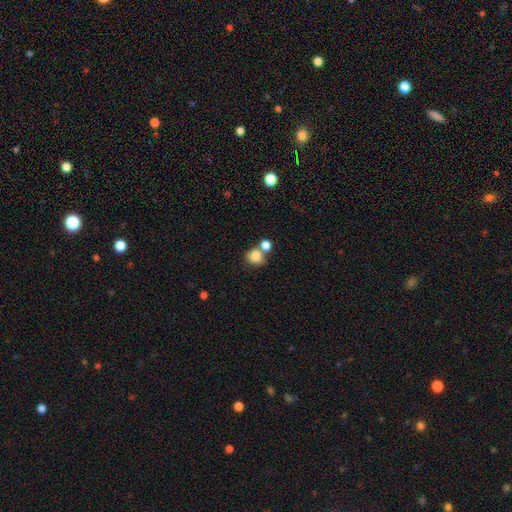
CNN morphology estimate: A smooth galaxy with no disk features (82%) that is round (71%). Merging: merger (43%).